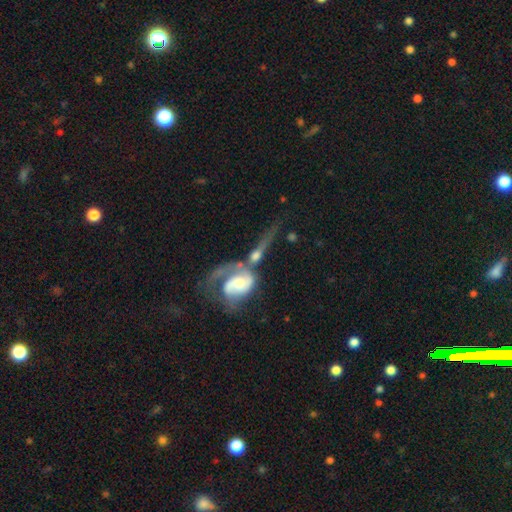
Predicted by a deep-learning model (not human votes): Smooth or featured: featured or disk — 62% (smooth — 30%)
Edge-on disk: no — 77% (yes — 23%)
Merging: merger — 54% (major disturbance — 19%)